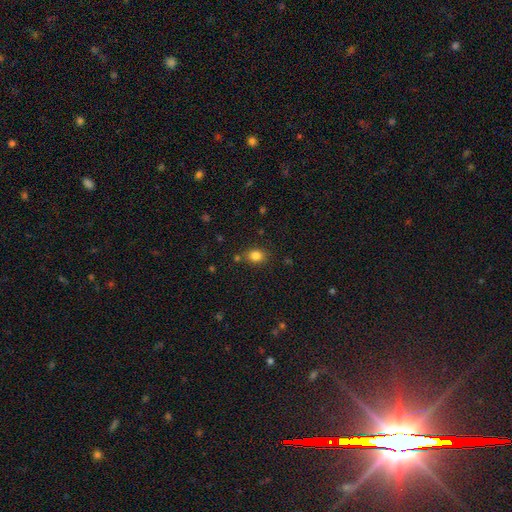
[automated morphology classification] This is clearly a smooth galaxy (83%). How rounded: possibly round (54%). Merging: likely none (77%).